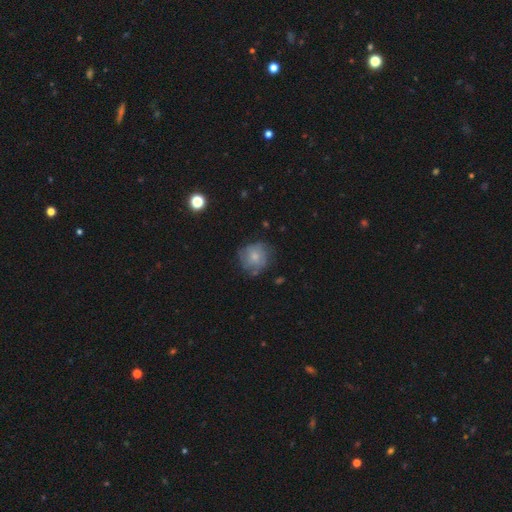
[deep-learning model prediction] Smooth or featured?
  - smooth: 60% *
  - featured or disk: 31%
  - star or artifact: 8%
How rounded?
  - round: 84% *
  - in between: 15%
  - cigar-shaped: 1%
Merging?
  - none: 63% *
  - minor disturbance: 25%
  - major disturbance: 10%
  - merger: 2%